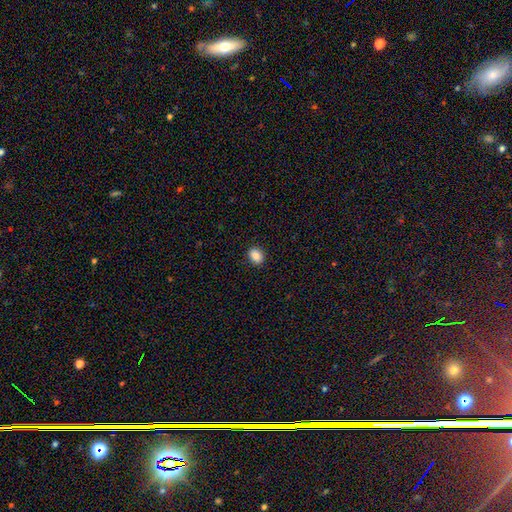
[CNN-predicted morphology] Q: Smooth or featured?
A: smooth (88%); runner-up: star or artifact (9%)
Q: How rounded?
A: in between (65%); runner-up: round (34%)
Q: Merging?
A: none (89%); runner-up: minor disturbance (8%)